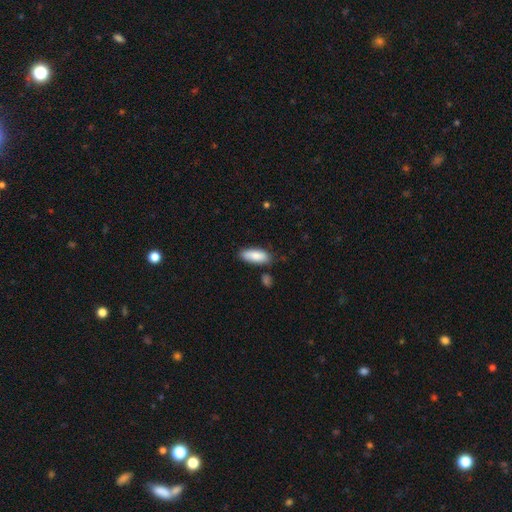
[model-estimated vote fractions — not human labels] This appears to be a smooth galaxy with no disk features (86%) that is in between round and cigar-shaped (75%). Merging: none (80%).